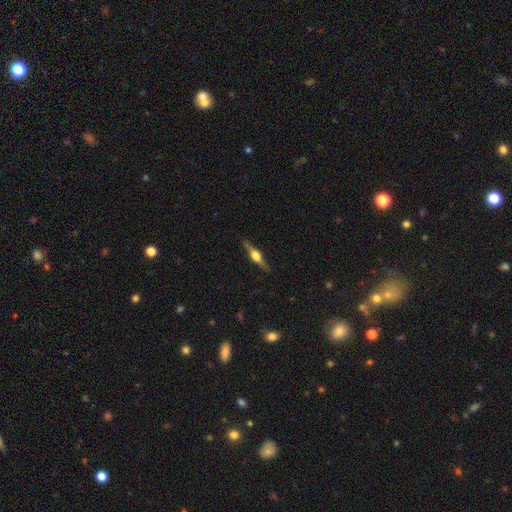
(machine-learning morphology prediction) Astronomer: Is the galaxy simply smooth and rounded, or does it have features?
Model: featured or disk — 78%.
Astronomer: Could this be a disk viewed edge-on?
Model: yes — 97%.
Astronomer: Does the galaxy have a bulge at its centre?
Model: rounded — 93%.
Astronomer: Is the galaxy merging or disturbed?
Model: none — 88%.